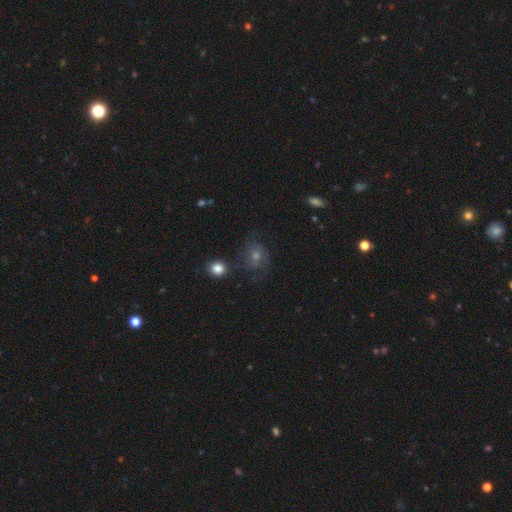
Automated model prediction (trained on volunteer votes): This is possibly a featured or disk galaxy (49%). Merging: likely none (68%).